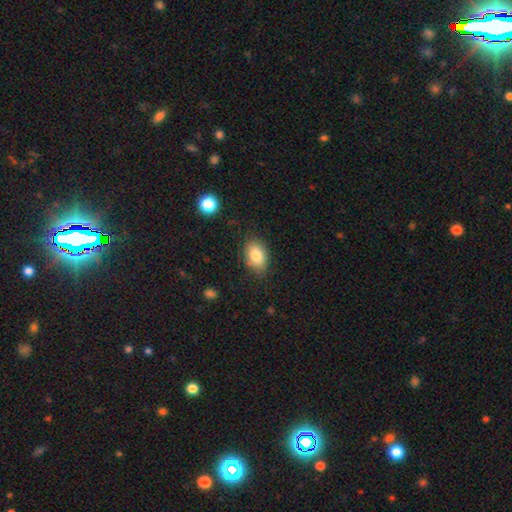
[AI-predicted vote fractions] Overall: smooth (81%). How rounded: in between (81%). Merging: none (78%).